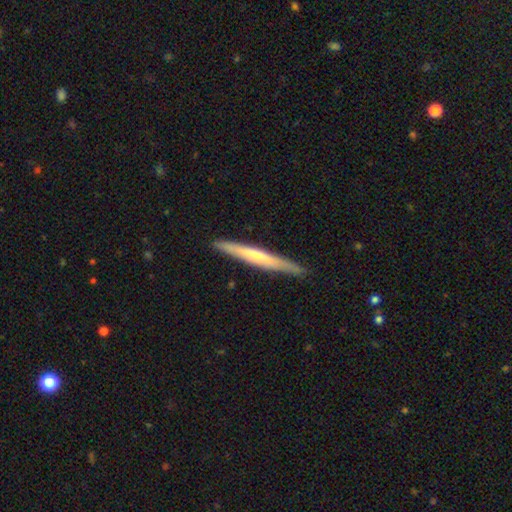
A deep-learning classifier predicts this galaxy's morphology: Smooth or featured: featured or disk — 59% (smooth — 35%)
Edge-on disk: yes — 97% (no — 3%)
Edge-on bulge: rounded — 50% (none — 41%)
Merging: none — 90% (minor disturbance — 8%)